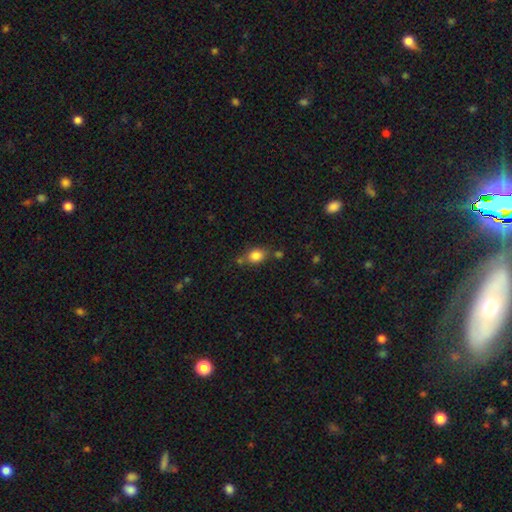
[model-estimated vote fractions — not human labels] Morphology: type=smooth (83%); roundness=in between (57%); merging=none (65%).